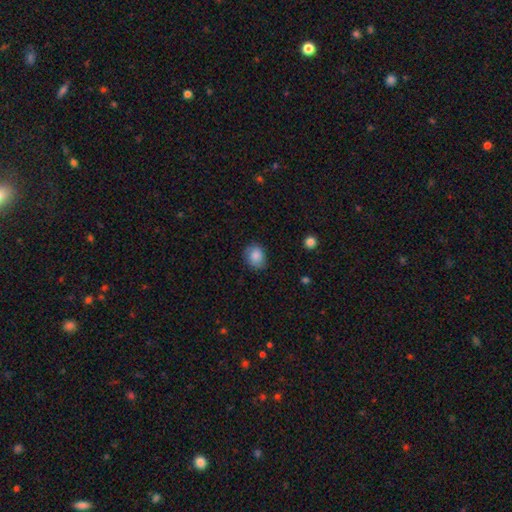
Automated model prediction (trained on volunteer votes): The model was most divided on "how rounded": round: 60%, in between: 40%, cigar-shaped: 1%. More confident: smooth or featured — smooth (86%); merging — none (80%).